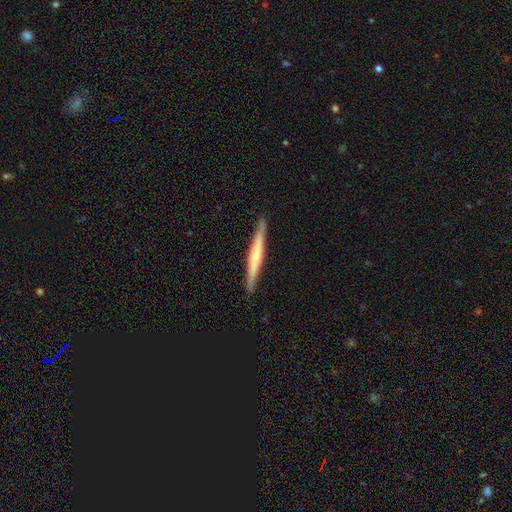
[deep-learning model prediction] A featured or disk galaxy (56%) viewed edge-on (97%) with a rounded central bulge (48%). Merging: none (90%).